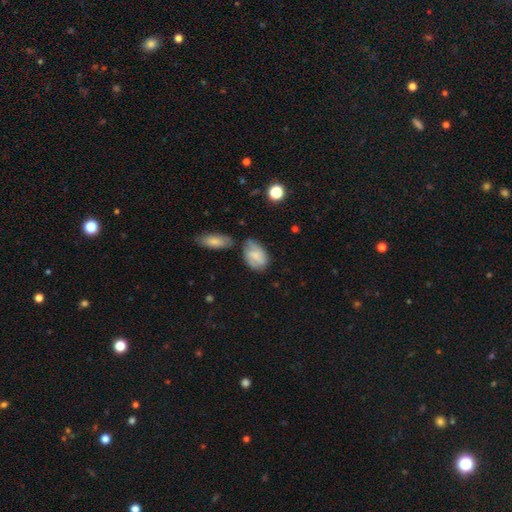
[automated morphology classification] Smooth or featured? smooth (63%)
How rounded? in between (87%)
Merging? none (48%)